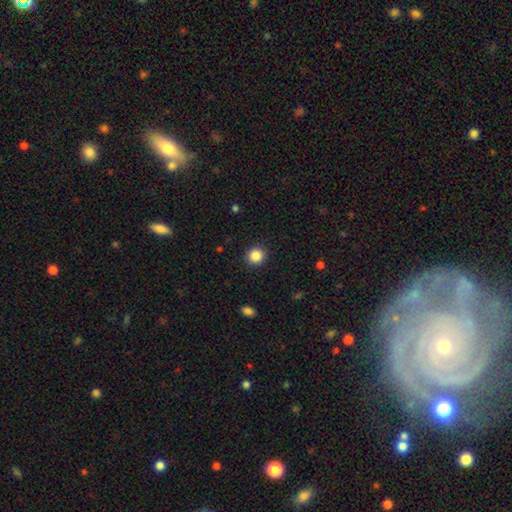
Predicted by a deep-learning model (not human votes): smooth 86%, star or artifact 10%, featured or disk 4%. Down the decision tree: how rounded — round (90%); merging — none (91%).